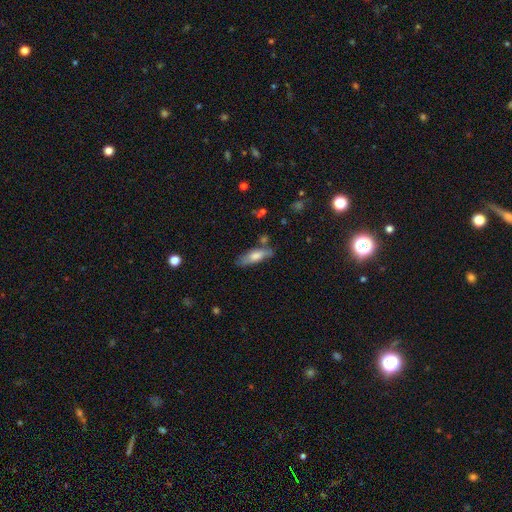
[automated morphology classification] This is likely a smooth galaxy (63%). How rounded: possibly in between (50%). Merging: likely none (66%).